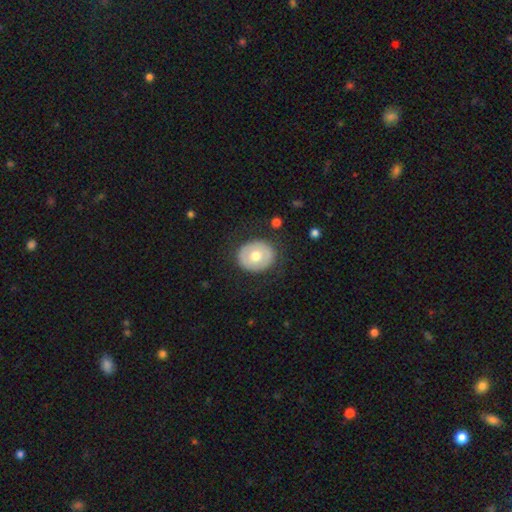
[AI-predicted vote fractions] Overall: smooth (59%; featured or disk 34%). How rounded: round (72%). Merging: none (85%).